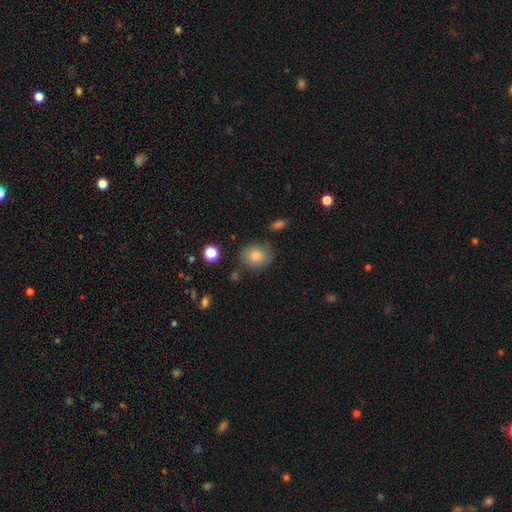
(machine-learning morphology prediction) A smooth galaxy with no disk features (76%) that is round (59%). Merging: none (75%).